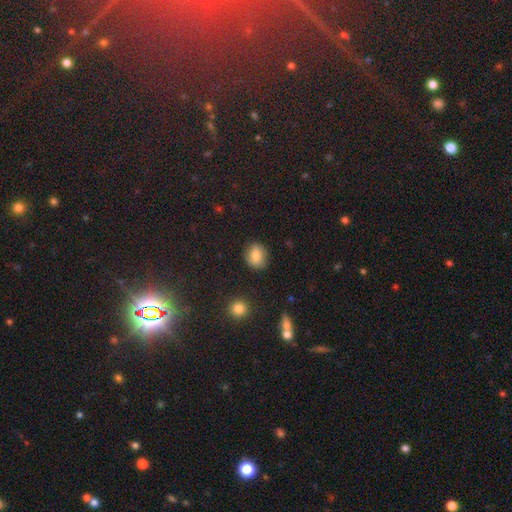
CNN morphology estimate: Q: Smooth or featured?
A: smooth (83%); runner-up: star or artifact (9%)
Q: How rounded?
A: round (54%); runner-up: in between (45%)
Q: Merging?
A: none (84%); runner-up: minor disturbance (11%)